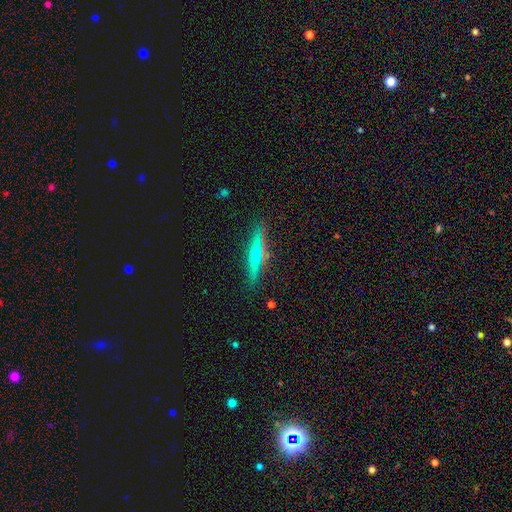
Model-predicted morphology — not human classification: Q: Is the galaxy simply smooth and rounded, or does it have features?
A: smooth — 47%.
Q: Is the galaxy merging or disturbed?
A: none — 87%.